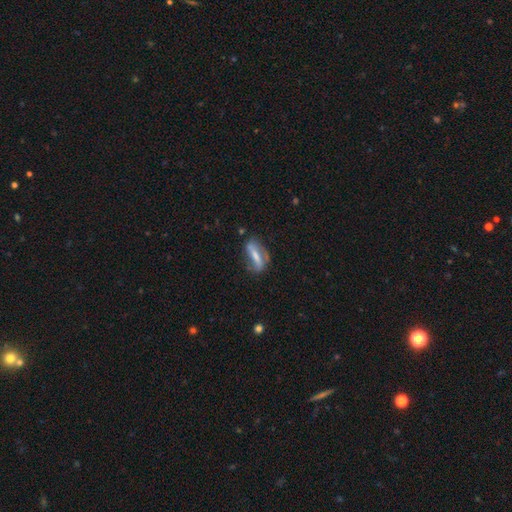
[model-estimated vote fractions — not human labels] smooth-or-featured: featured or disk: 49% | smooth: 43% | star or artifact: 8%
  merging: none: 55% | minor disturbance: 26% | major disturbance: 15% | merger: 4%